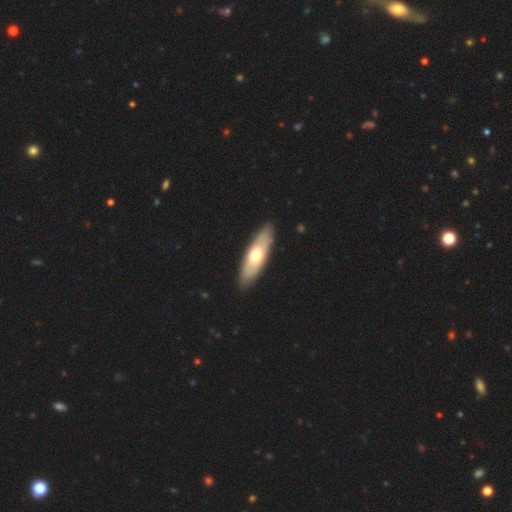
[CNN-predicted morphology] This is possibly a smooth galaxy (58%). How rounded: possibly in between (52%). Merging: clearly none (89%).